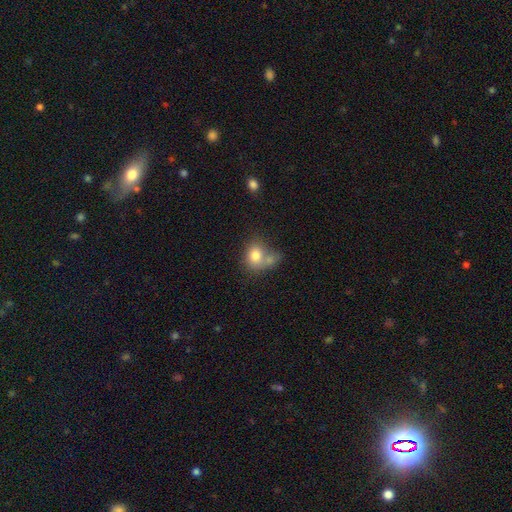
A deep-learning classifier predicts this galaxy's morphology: Q: Smooth or featured?
A: smooth (78%); runner-up: featured or disk (13%)
Q: How rounded?
A: round (52%); runner-up: in between (47%)
Q: Merging?
A: merger (47%); runner-up: none (30%)